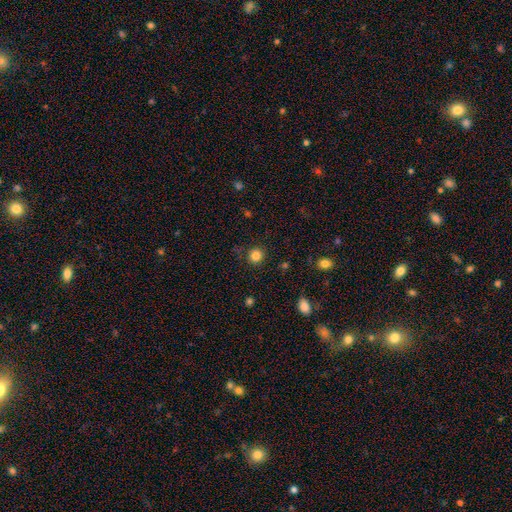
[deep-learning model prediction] smooth_or_featured: smooth (p=0.84) [alt: star or artifact p=0.12]
how_rounded: round (p=0.92) [alt: in between p=0.07]
merging: none (p=0.87) [alt: minor disturbance p=0.09]